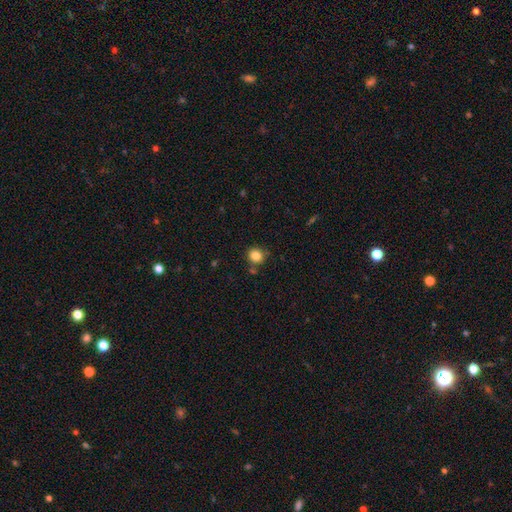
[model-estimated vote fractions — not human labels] Overall: smooth (84%). How rounded: round (83%). Merging: none (76%).